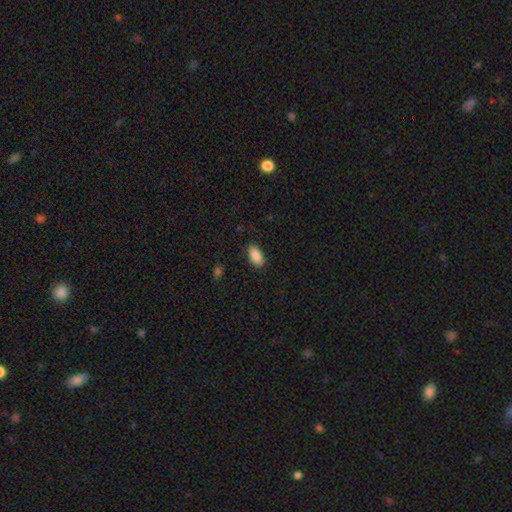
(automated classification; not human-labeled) Overall: smooth (88%). How rounded: in between (93%). Merging: none (86%).